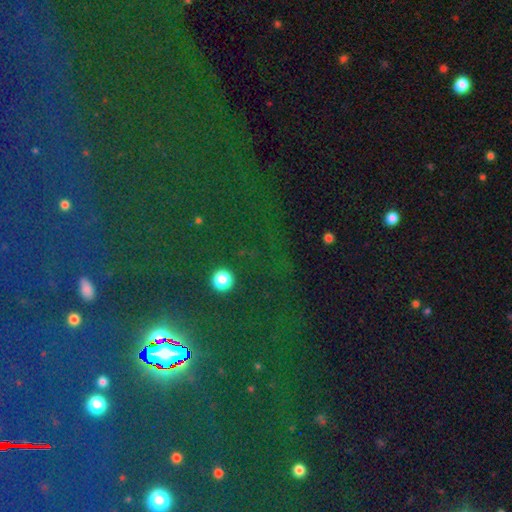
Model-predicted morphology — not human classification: Overall: star or artifact (85%).